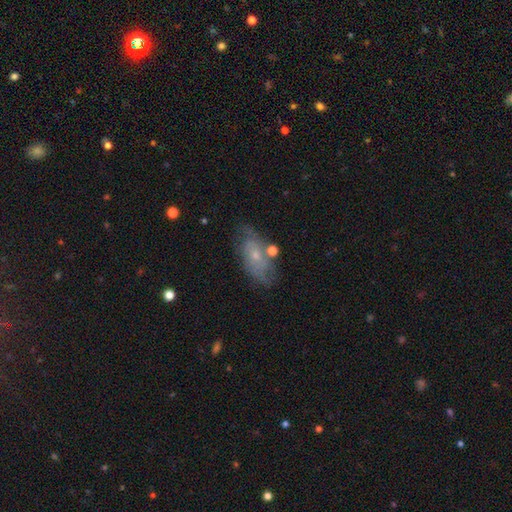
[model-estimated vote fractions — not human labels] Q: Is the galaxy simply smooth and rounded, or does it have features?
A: featured or disk — 57%.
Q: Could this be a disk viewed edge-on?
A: no — 91%.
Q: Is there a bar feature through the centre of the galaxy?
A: no — 78%.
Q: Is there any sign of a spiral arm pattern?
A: yes — 68%.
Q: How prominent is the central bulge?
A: small — 69%.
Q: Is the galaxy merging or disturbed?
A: none — 59%.